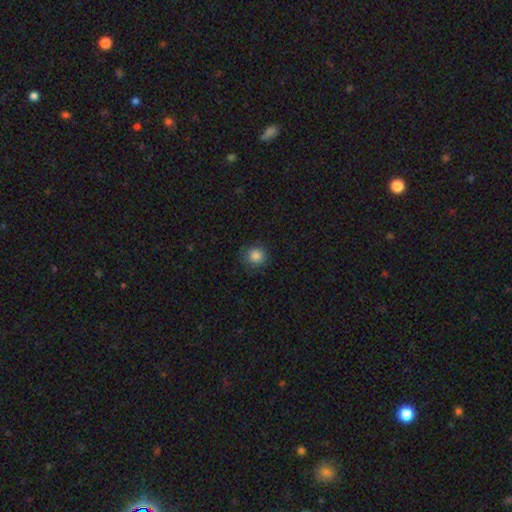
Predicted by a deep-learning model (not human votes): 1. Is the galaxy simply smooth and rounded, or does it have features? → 85% smooth, 11% star or artifact, 4% featured or disk.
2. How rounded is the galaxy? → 89% round, 10% in between, 1% cigar-shaped.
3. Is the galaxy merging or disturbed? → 83% none, 13% minor disturbance, 4% major disturbance, 1% merger.